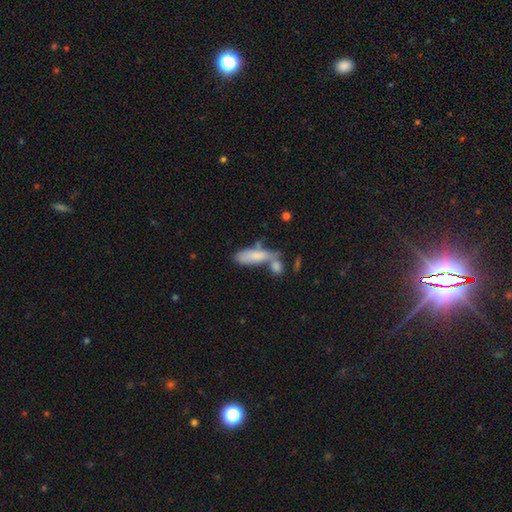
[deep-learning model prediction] A smooth galaxy with no disk features (76%) that is in between round and cigar-shaped (63%). Merging: merger (39%).